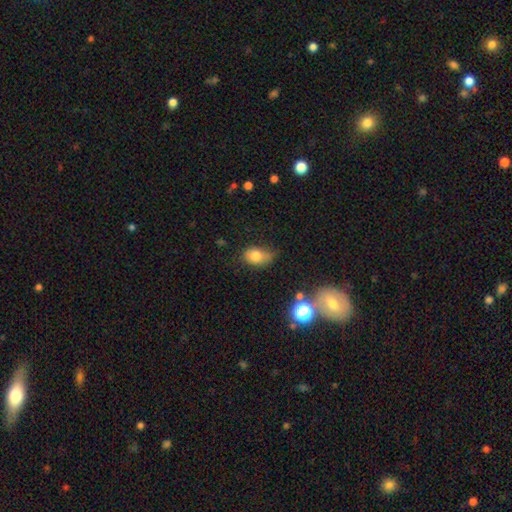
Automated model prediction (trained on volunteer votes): This appears to be a smooth galaxy with no disk features (78%) that is in between round and cigar-shaped (81%). Merging: none (53%).